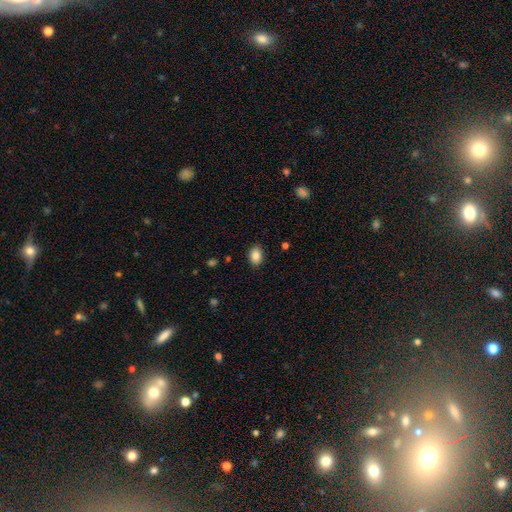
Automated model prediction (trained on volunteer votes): Q: Smooth or featured?
A: smooth (87%); runner-up: star or artifact (8%)
Q: How rounded?
A: in between (73%); runner-up: round (26%)
Q: Merging?
A: none (88%); runner-up: minor disturbance (9%)